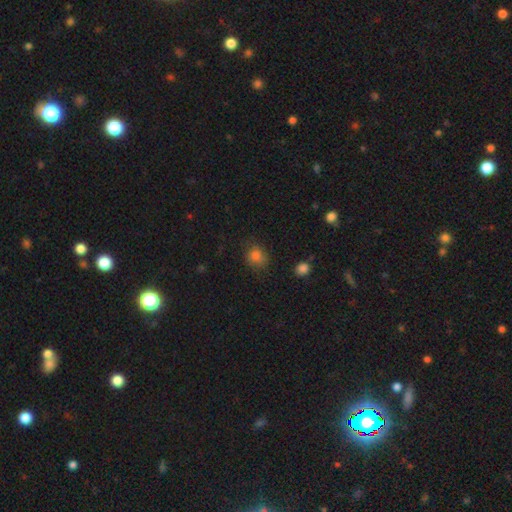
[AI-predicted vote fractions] A smooth galaxy with no disk features (82%) that is round (70%). Merging: none (71%).